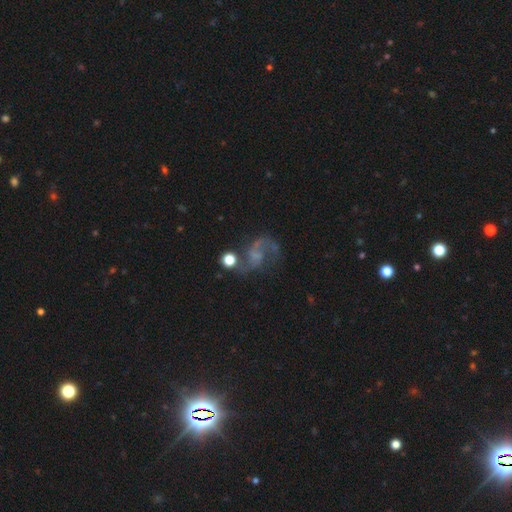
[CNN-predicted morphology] This appears to be a featured or disk galaxy (76%) with no bar (54%), 2 (74%) loose (53%) spiral arms (93%) and no central bulge (43%). Merging: none (54%).